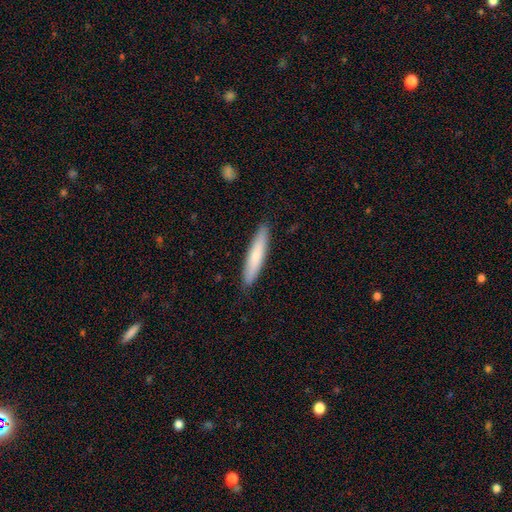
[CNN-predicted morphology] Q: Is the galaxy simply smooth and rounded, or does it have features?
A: smooth — 74%.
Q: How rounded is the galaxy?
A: cigar-shaped — 88%.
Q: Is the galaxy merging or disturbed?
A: none — 89%.